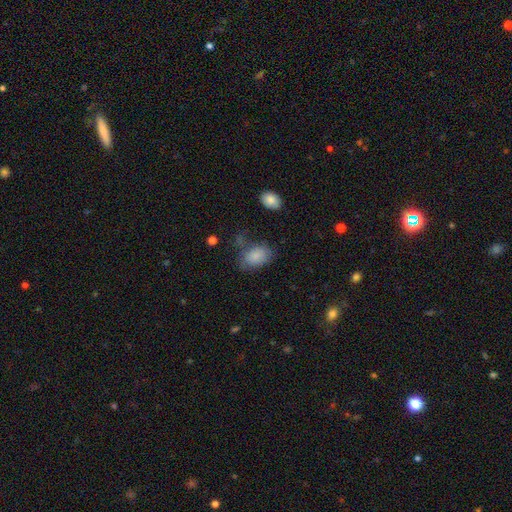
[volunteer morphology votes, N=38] smooth 89%, featured or disk 5%, star or artifact 5%. Down the decision tree: how rounded — in between (91%); merging — none (67%).